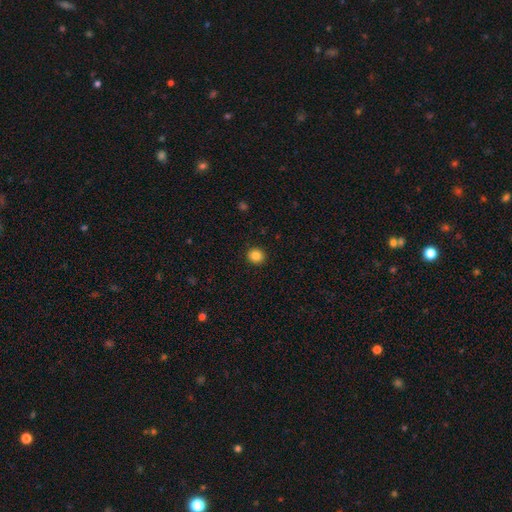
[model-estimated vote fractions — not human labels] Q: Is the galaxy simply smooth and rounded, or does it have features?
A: smooth — 86%.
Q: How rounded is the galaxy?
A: round — 91%.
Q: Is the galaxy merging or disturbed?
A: none — 92%.